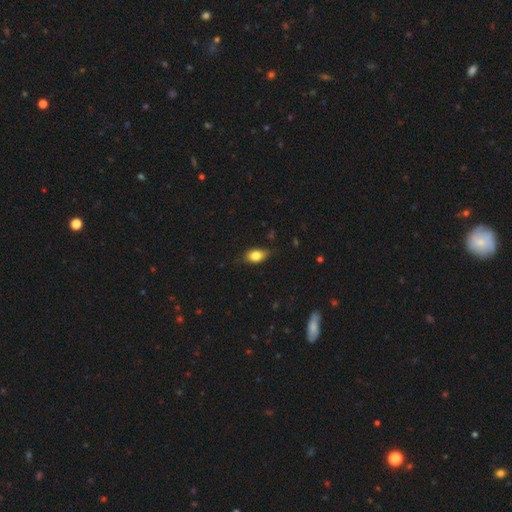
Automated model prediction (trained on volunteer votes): Smooth or featured: smooth — 78% (featured or disk — 14%)
How rounded: in between — 83% (round — 12%)
Merging: none — 71% (minor disturbance — 23%)